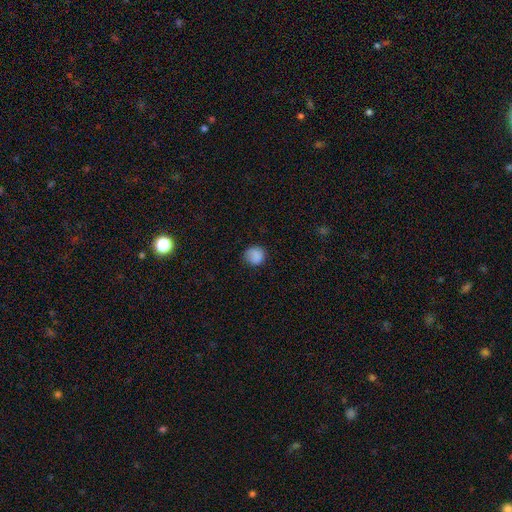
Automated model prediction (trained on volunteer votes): This is clearly a smooth galaxy (87%). How rounded: clearly round (88%). Merging: clearly none (80%).